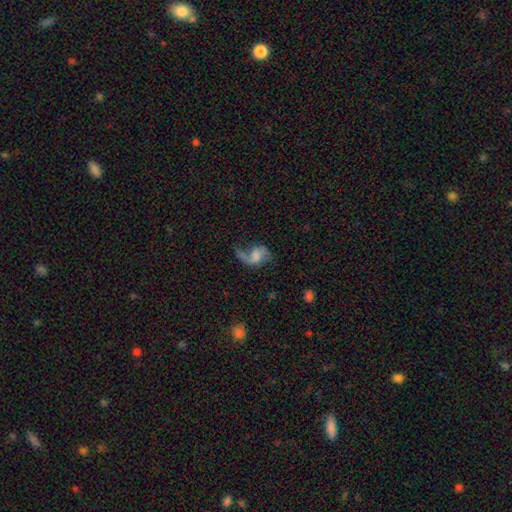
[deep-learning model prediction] A featured or disk galaxy (71%) with no bar (52%), 2 (61%) loose (72%) spiral arms (90%) and no central bulge (34%).

Vote fractions:
- Smooth or featured? featured or disk: 71% / smooth: 21% / star or artifact: 8%
- Edge-on disk? no: 98% / yes: 2%
- Bar? no: 52% / weak: 39% / strong: 9%
- Spiral arms? yes: 90% / no: 10%
- Spiral winding? loose: 72% / medium: 23% / tight: 5%
- Spiral arm count? 2: 61% / 1: 34% / can't tell: 3% / 3: 1% / 4: 1% / more than 4: 1%
- Bulge size? none: 34% / moderate: 25% / small: 24% / large: 13% / dominant: 3%
- Merging? none: 39% / major disturbance: 35% / minor disturbance: 20% / merger: 6%